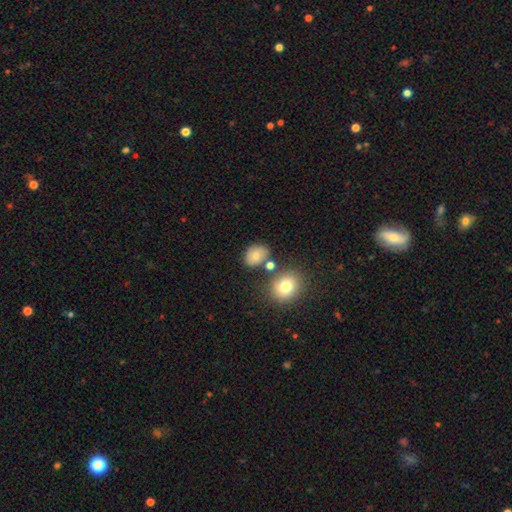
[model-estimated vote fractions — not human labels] smooth-or-featured: smooth: 76% | star or artifact: 12% | featured or disk: 12%
  how-rounded: in between: 55% | round: 44% | cigar-shaped: 1%
  merging: none: 70% | minor disturbance: 15% | merger: 10% | major disturbance: 5%